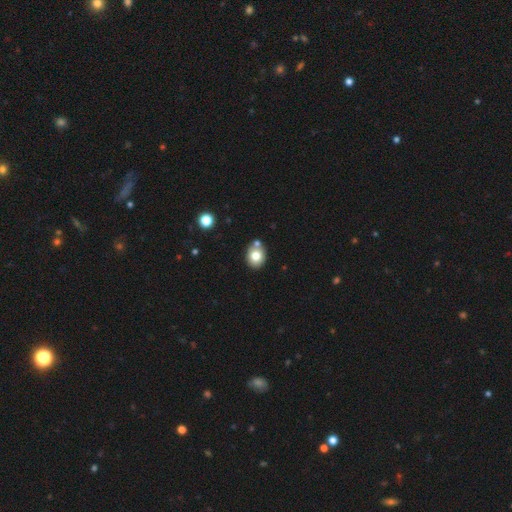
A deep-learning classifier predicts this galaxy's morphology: This is likely a smooth galaxy (77%). How rounded: possibly round (57%). Merging: likely none (69%).